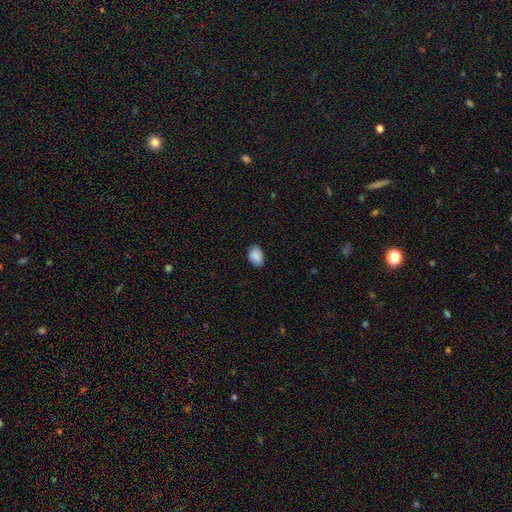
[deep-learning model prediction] Smooth or featured? Predicted: smooth (p=0.87). How rounded? Predicted: in between (p=0.78). Merging? Predicted: none (p=0.81).